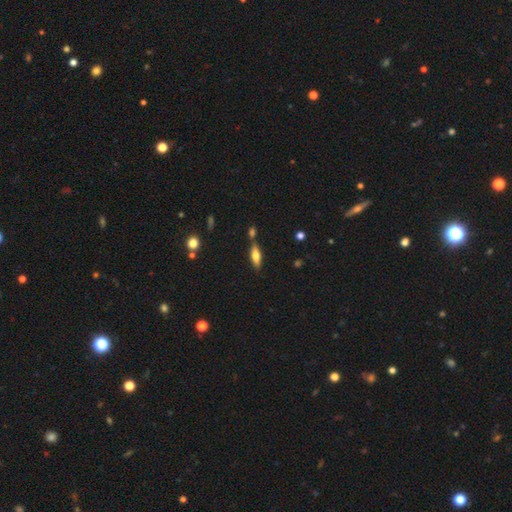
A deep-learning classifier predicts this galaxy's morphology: Overall: smooth (54%; featured or disk 38%). How rounded: in between (50%; cigar-shaped 48%). Merging: none (69%).